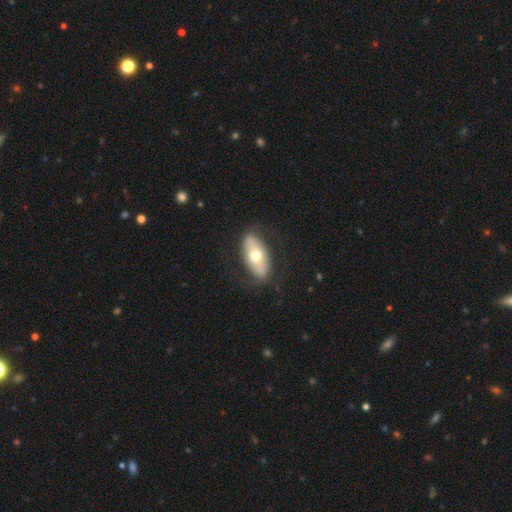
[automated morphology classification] A smooth galaxy with no disk features (56%) that is in between round and cigar-shaped (88%).

Vote fractions:
- Smooth or featured? smooth: 56% / featured or disk: 39% / star or artifact: 6%
- How rounded? in between: 88% / cigar-shaped: 8% / round: 4%
- Merging? none: 80% / minor disturbance: 14% / major disturbance: 5% / merger: 1%